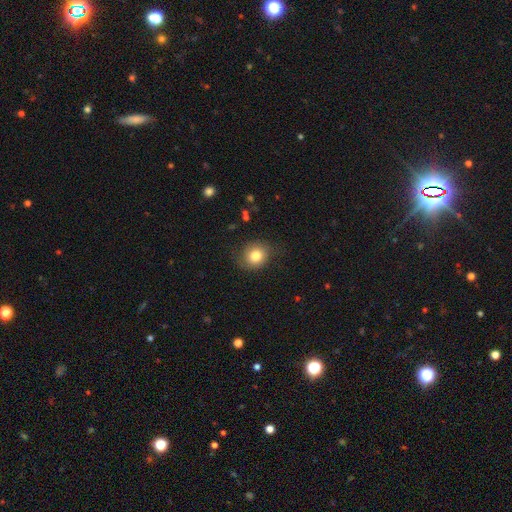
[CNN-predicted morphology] A smooth galaxy with no disk features (78%) that is round (75%).

Vote fractions:
- Smooth or featured? smooth: 78% / featured or disk: 13% / star or artifact: 9%
- How rounded? round: 75% / in between: 24% / cigar-shaped: 1%
- Merging? none: 74% / minor disturbance: 19% / major disturbance: 6% / merger: 1%